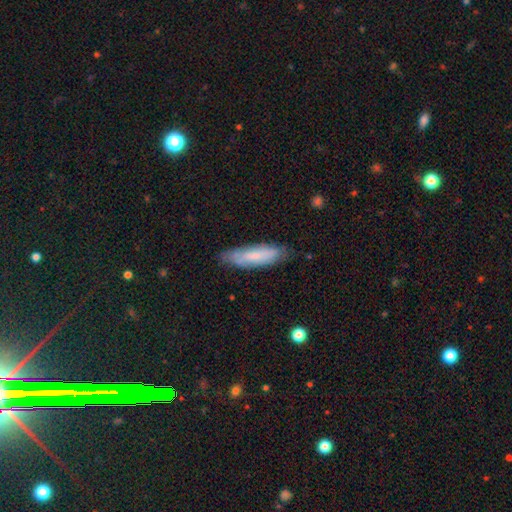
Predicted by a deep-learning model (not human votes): smooth-or-featured: smooth: 66% | featured or disk: 28% | star or artifact: 6%
  how-rounded: cigar-shaped: 63% | in between: 35% | round: 1%
  merging: none: 76% | minor disturbance: 18% | major disturbance: 4% | merger: 2%